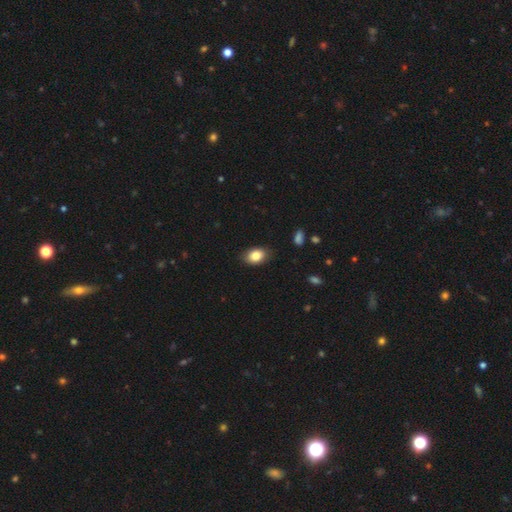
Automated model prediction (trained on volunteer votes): Overall: smooth (85%). How rounded: in between (84%). Merging: none (84%).